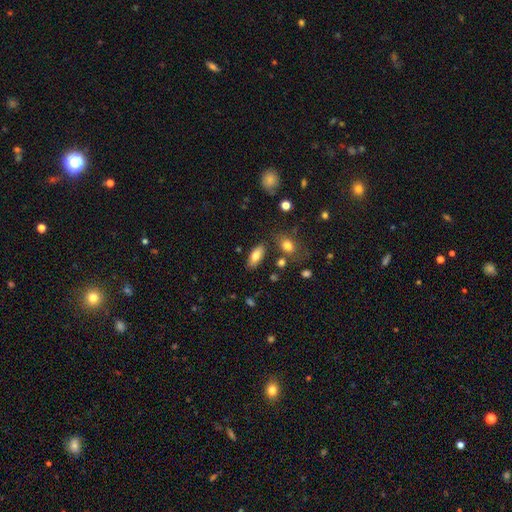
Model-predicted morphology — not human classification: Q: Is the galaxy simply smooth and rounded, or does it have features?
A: smooth — 78%.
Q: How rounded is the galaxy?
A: in between — 86%.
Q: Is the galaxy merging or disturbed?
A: none — 80%.